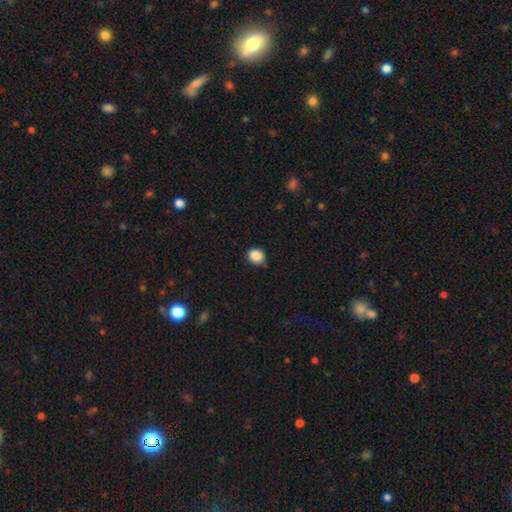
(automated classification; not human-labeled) Smooth or featured?
  - smooth: 88% *
  - star or artifact: 10%
  - featured or disk: 3%
How rounded?
  - round: 84% *
  - in between: 15%
  - cigar-shaped: 1%
Merging?
  - none: 83% *
  - minor disturbance: 13%
  - major disturbance: 3%
  - merger: 1%